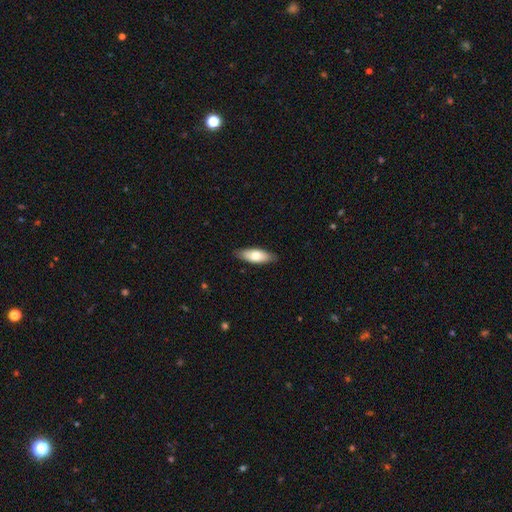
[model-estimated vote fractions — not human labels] Overall: smooth (73%). How rounded: in between (72%). Merging: none (86%).